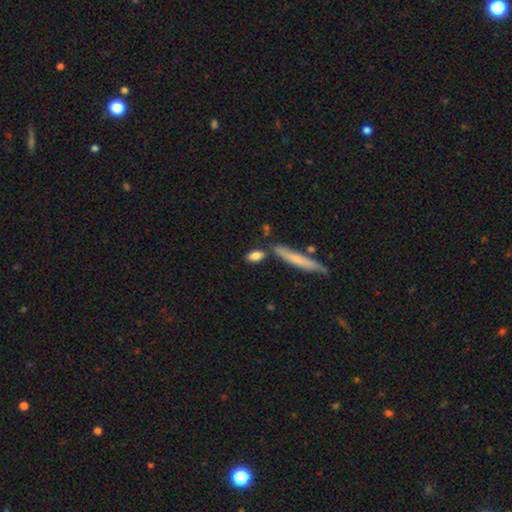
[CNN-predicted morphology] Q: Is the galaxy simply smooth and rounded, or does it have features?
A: smooth — 82%.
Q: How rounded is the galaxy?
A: in between — 74%.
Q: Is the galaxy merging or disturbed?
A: none — 69%.